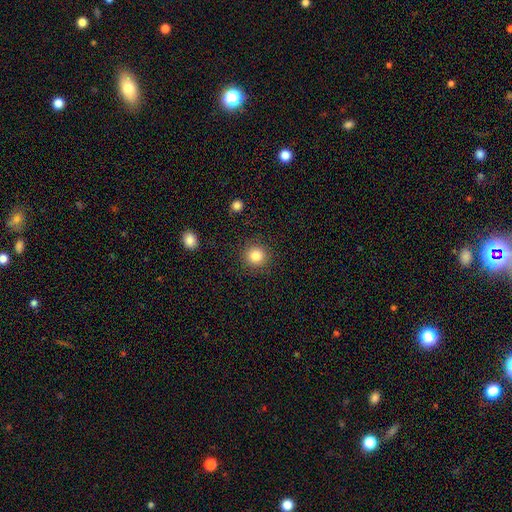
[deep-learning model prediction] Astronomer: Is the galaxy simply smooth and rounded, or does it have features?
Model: smooth — 84%.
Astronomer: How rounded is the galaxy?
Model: round — 93%.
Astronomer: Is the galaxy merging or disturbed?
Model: none — 90%.